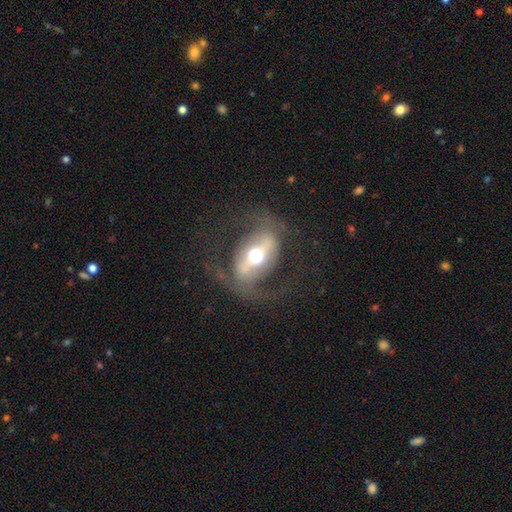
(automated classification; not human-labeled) This is likely a featured or disk galaxy (71%). It is clearly not viewed edge-on (89%). Bar: possibly strong (59%). Spiral arm pattern: possibly yes (55%). Central bulge: likely moderate (63%). Merging: likely none (67%).